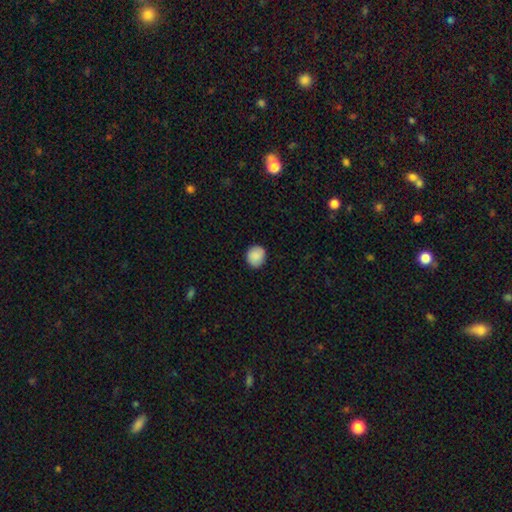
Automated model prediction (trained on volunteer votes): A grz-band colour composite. It shows a smooth galaxy with no disk features (89%) that is round (79%). Merging: none (88%).